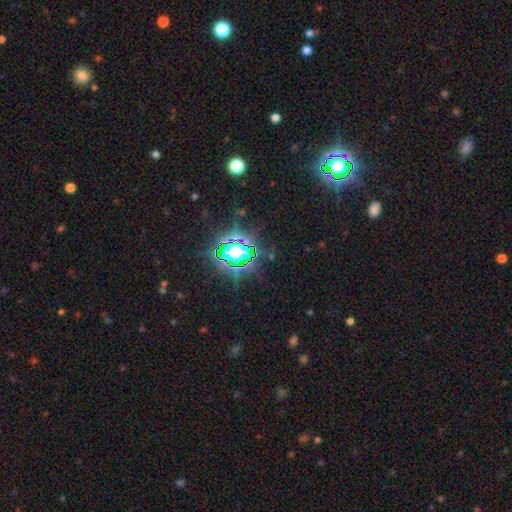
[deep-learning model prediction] Smooth or featured? Predicted: star or artifact (p=0.82).